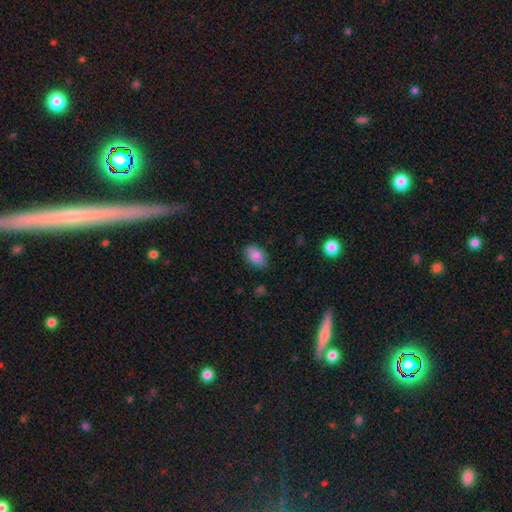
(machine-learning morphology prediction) Smooth or featured? Predicted: smooth (p=0.87). How rounded? Predicted: in between (p=0.88). Merging? Predicted: none (p=0.82).